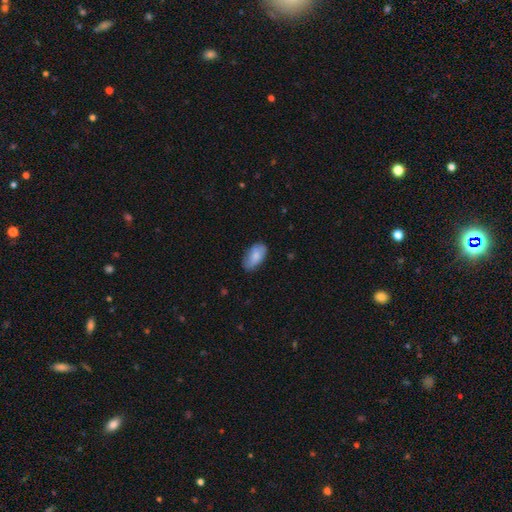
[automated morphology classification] A smooth galaxy with no disk features (79%) that is in between round and cigar-shaped (93%).

Vote fractions:
- Smooth or featured? smooth: 79% / featured or disk: 15% / star or artifact: 6%
- How rounded? in between: 93% / cigar-shaped: 4% / round: 3%
- Merging? none: 75% / minor disturbance: 20% / major disturbance: 4% / merger: 1%